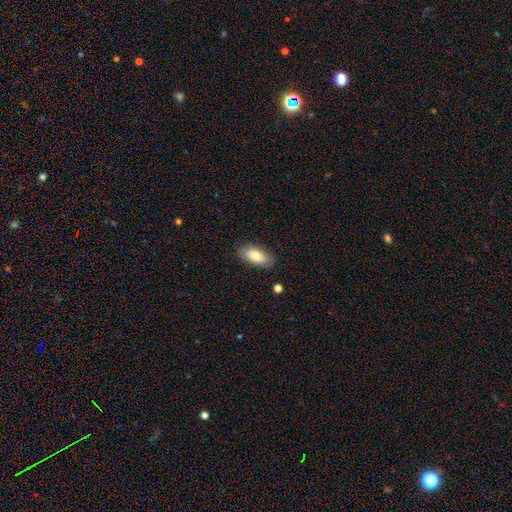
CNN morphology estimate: A smooth galaxy with no disk features (76%) that is in between round and cigar-shaped (90%).

Vote fractions:
- Smooth or featured? smooth: 76% / featured or disk: 18% / star or artifact: 7%
- How rounded? in between: 90% / cigar-shaped: 7% / round: 3%
- Merging? none: 85% / minor disturbance: 11% / major disturbance: 2% / merger: 1%